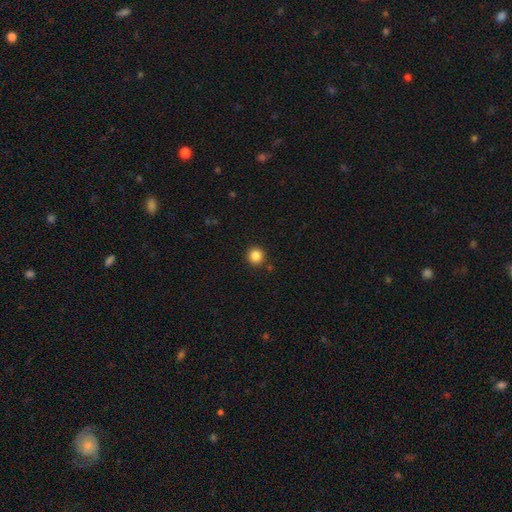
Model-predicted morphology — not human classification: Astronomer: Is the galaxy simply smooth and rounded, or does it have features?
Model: smooth — 86%.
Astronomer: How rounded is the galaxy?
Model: round — 94%.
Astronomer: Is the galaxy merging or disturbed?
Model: none — 90%.